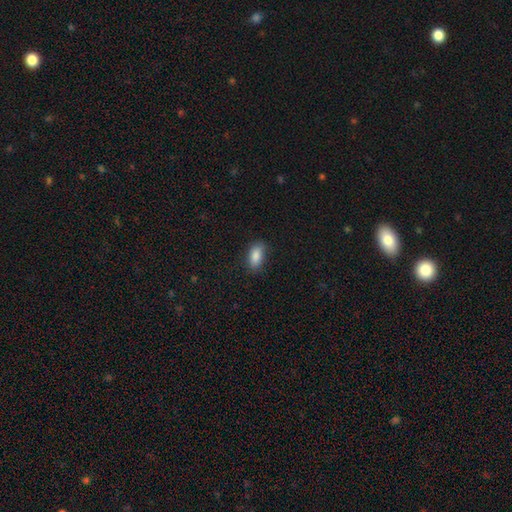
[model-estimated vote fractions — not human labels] Smooth or featured? Predicted: smooth (p=0.87). How rounded? Predicted: in between (p=0.89). Merging? Predicted: none (p=0.81).